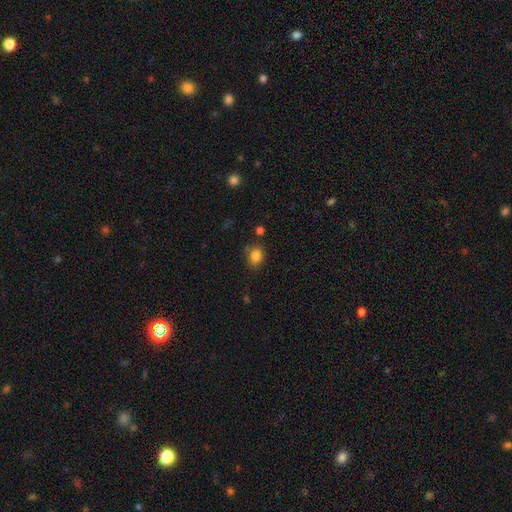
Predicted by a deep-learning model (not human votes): Morphology: type=smooth (84%); roundness=in between (51%); merging=none (76%).